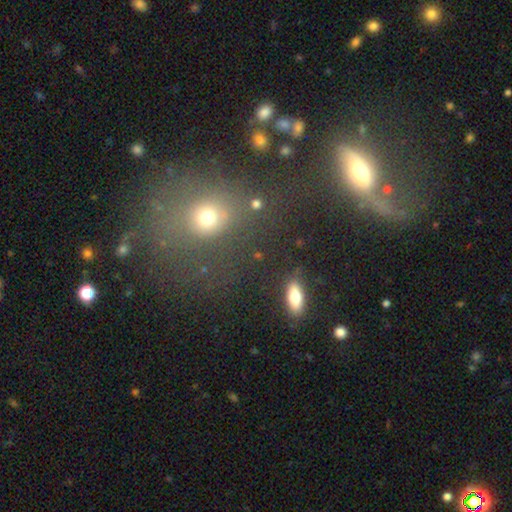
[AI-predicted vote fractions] A smooth galaxy with no disk features (52%) that is round (67%).

Vote fractions:
- Smooth or featured? smooth: 52% / star or artifact: 27% / featured or disk: 21%
- How rounded? round: 67% / in between: 31% / cigar-shaped: 3%
- Merging? none: 51% / merger: 21% / major disturbance: 14% / minor disturbance: 14%